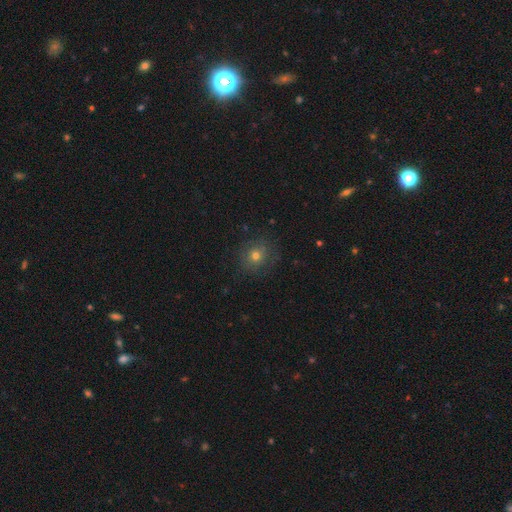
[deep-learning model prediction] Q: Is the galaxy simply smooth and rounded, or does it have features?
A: smooth — 64%.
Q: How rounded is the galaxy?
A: round — 84%.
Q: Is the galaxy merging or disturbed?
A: none — 81%.